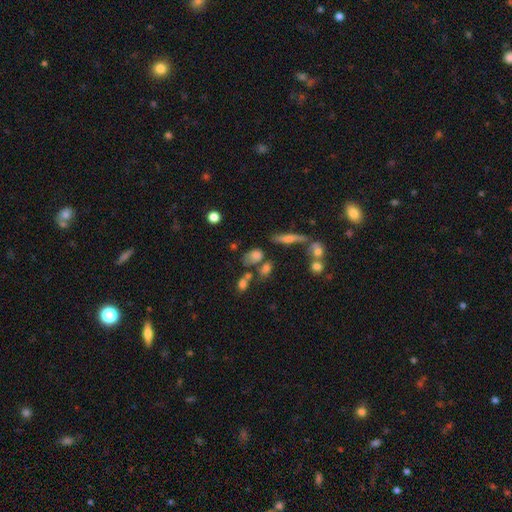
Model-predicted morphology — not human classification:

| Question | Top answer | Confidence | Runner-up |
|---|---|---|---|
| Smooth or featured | smooth | 69% | featured or disk (18%) |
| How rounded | in between | 70% | round (21%) |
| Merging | none | 45% | merger (23%) |